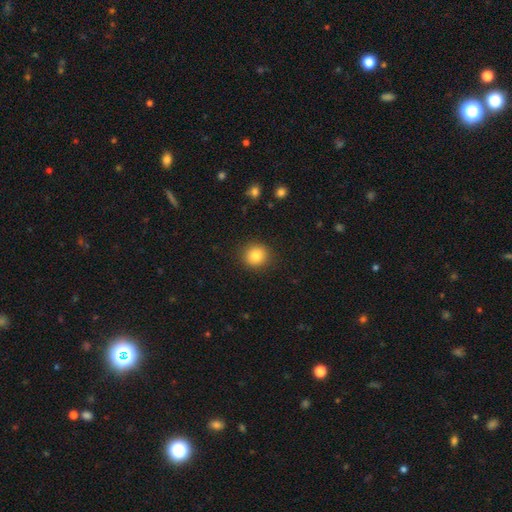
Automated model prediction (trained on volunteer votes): Smooth or featured? Predicted: smooth (p=0.84). How rounded? Predicted: round (p=0.89). Merging? Predicted: none (p=0.90).